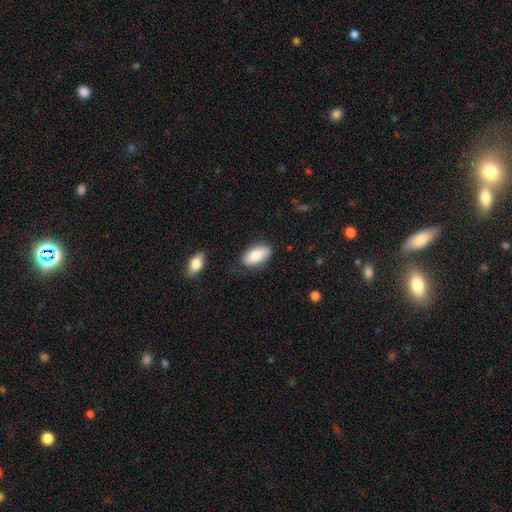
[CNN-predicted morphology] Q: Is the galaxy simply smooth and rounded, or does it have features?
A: smooth — 83%.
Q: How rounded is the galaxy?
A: in between — 93%.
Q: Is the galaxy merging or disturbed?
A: none — 75%.